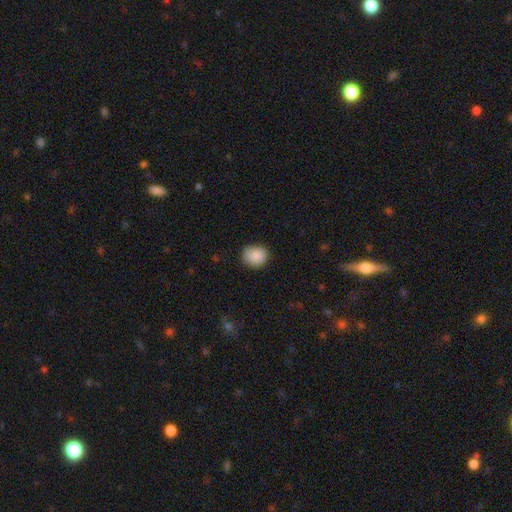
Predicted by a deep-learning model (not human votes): Smooth or featured? Predicted: smooth (p=0.88). How rounded? Predicted: round (p=0.72). Merging? Predicted: none (p=0.82).